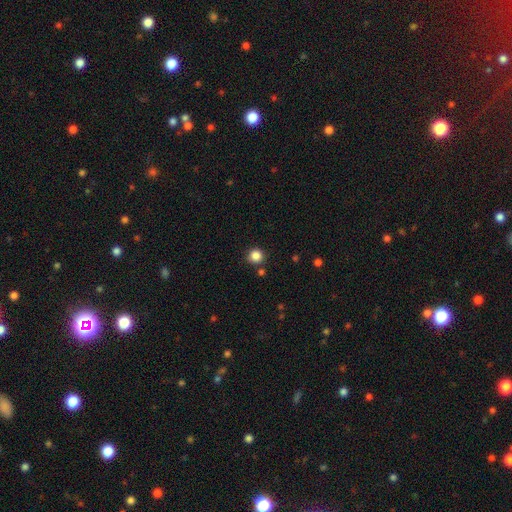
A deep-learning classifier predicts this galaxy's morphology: Smooth or featured: smooth — 85% (star or artifact — 12%)
How rounded: round — 94% (in between — 6%)
Merging: none — 86% (minor disturbance — 7%)